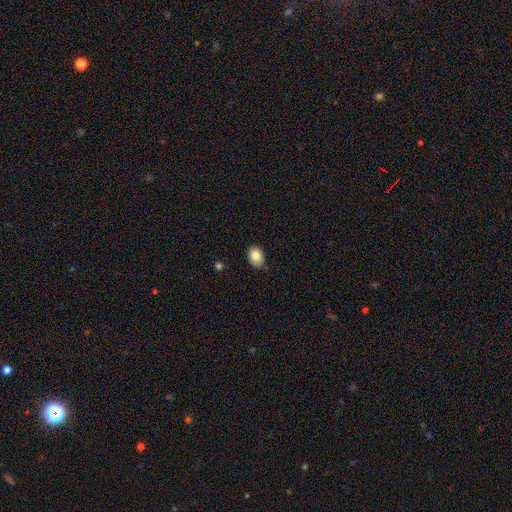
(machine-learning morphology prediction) Smooth or featured?
  - smooth: 83% *
  - featured or disk: 10%
  - star or artifact: 8%
How rounded?
  - in between: 79% *
  - round: 20%
  - cigar-shaped: 1%
Merging?
  - none: 85% *
  - minor disturbance: 12%
  - major disturbance: 2%
  - merger: 1%